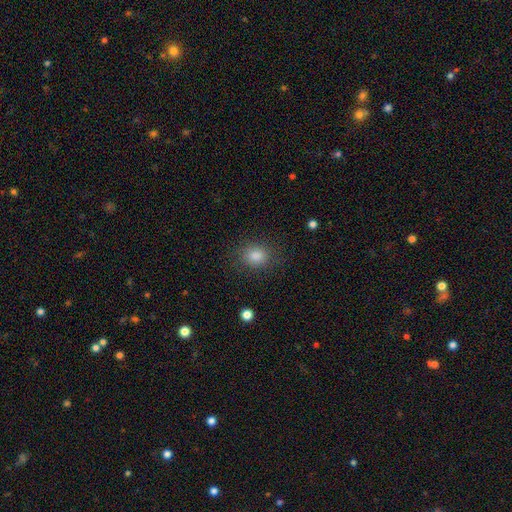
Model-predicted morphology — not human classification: Smooth or featured: smooth — 82% (star or artifact — 12%)
How rounded: round — 60% (in between — 39%)
Merging: none — 85% (minor disturbance — 10%)